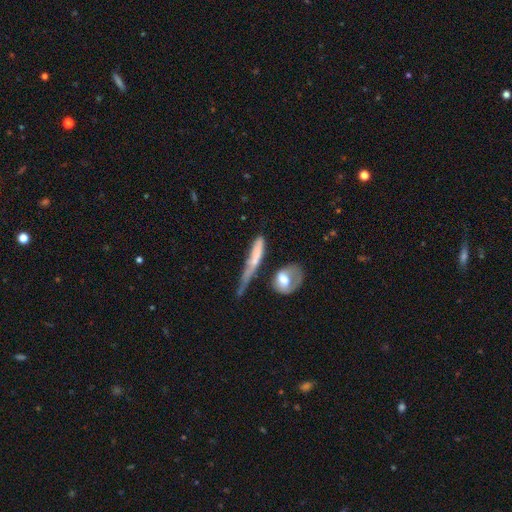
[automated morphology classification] A smooth galaxy with no disk features (58%) that is cigar-shaped (73%). Merging: none (31%).